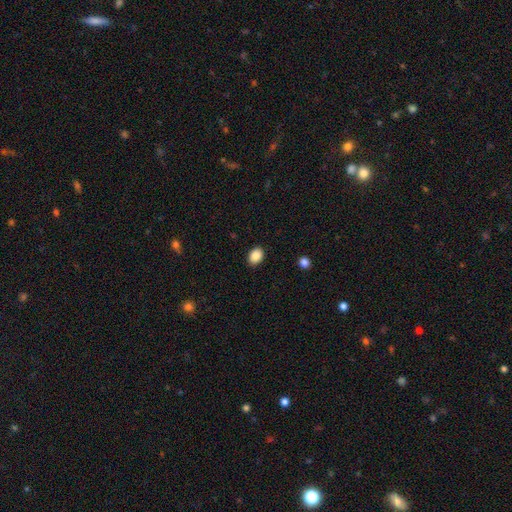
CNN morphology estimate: Overall: smooth (88%). How rounded: in between (66%; round 33%). Merging: none (89%).